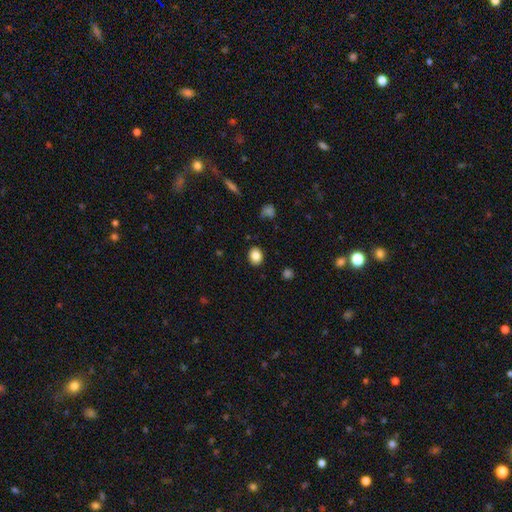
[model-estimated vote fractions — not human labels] smooth_or_featured: smooth (p=0.86) [alt: star or artifact p=0.09]
how_rounded: round (p=0.50) [alt: in between p=0.49]
merging: none (p=0.88) [alt: minor disturbance p=0.08]